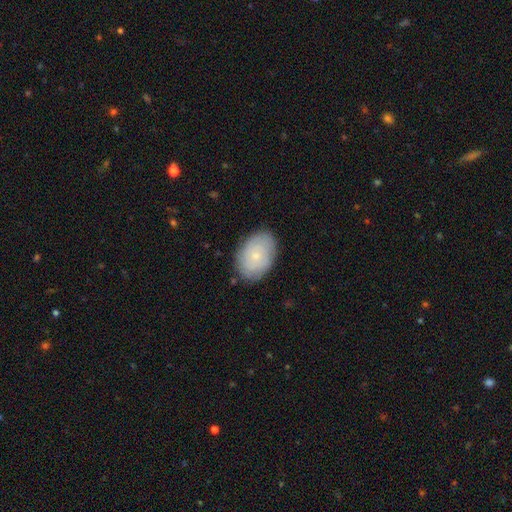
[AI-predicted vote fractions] This is possibly a smooth galaxy (59%). How rounded: clearly in between (87%). Merging: clearly none (82%).